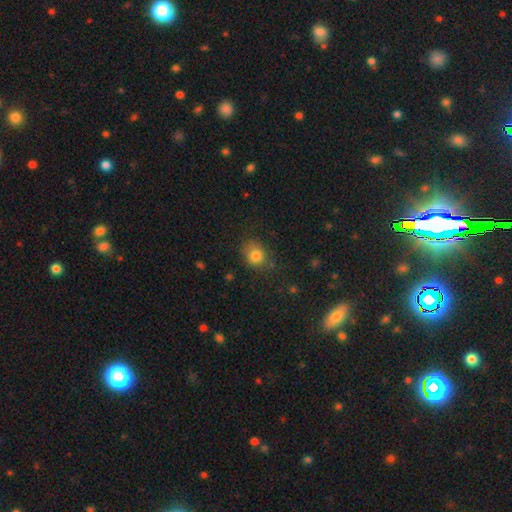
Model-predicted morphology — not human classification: Overall: smooth (81%). How rounded: round (57%; in between 42%). Merging: none (67%).